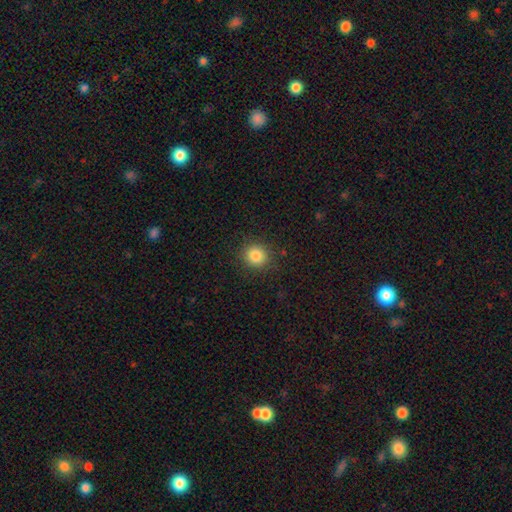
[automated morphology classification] The model was most divided on "smooth or featured": smooth: 84%, star or artifact: 11%, featured or disk: 5%. More confident: merging — none (89%); how rounded — round (89%).